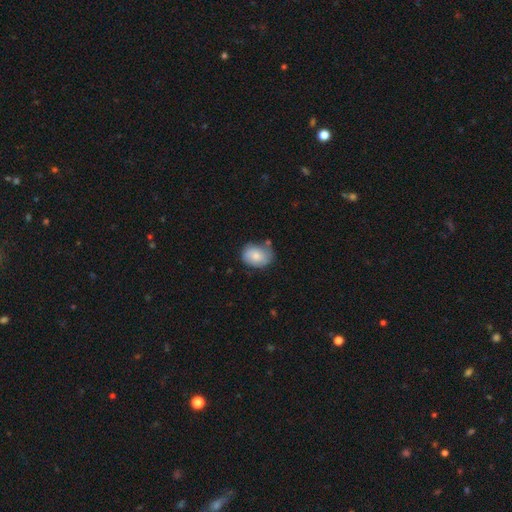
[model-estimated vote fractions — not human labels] Q: Smooth or featured?
A: smooth (73%); runner-up: featured or disk (19%)
Q: How rounded?
A: in between (61%); runner-up: round (38%)
Q: Merging?
A: none (61%); runner-up: minor disturbance (27%)